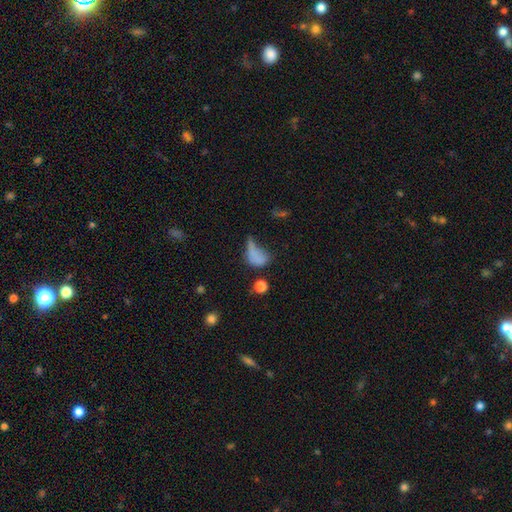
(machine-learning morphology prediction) Smooth or featured? smooth (66%)
How rounded? in between (74%)
Merging? major disturbance (41%)